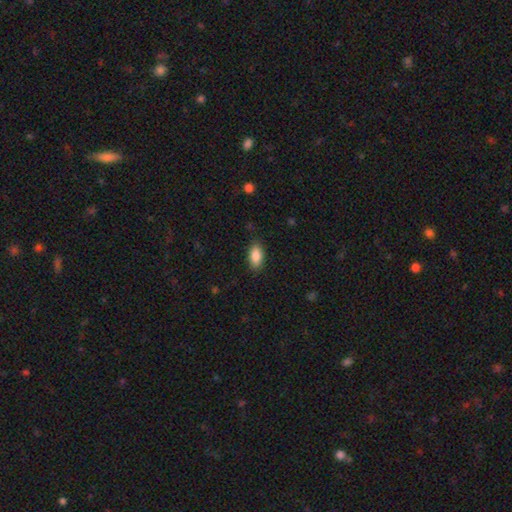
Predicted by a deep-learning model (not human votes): This appears to be a smooth galaxy with no disk features (88%) that is in between round and cigar-shaped (92%). Merging: none (85%).